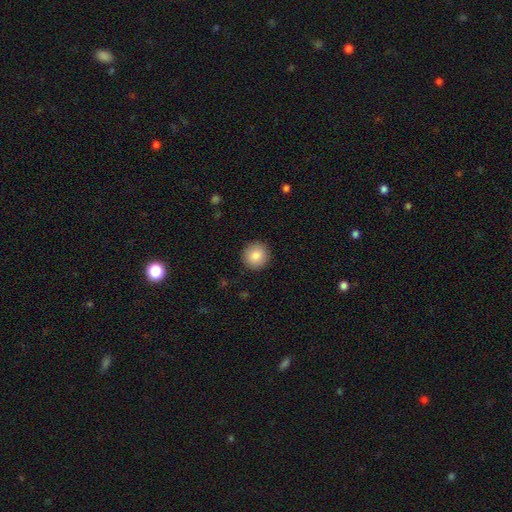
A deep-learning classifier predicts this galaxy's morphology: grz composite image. It shows a smooth galaxy with no disk features (85%) that is round (94%). Merging: none (91%).